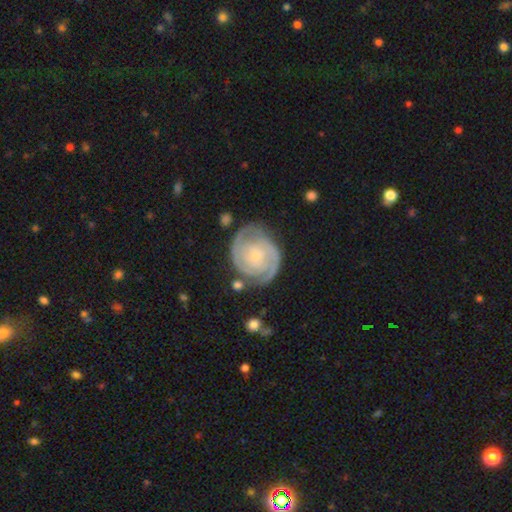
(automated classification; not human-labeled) Smooth or featured? featured or disk (90%)
Edge-on disk? no (98%)
Bar? no (69%)
Spiral arms? yes (98%)
Spiral winding? tight (73%)
Spiral arm count? 2 (83%)
Bulge size? small (73%)
Merging? none (76%)